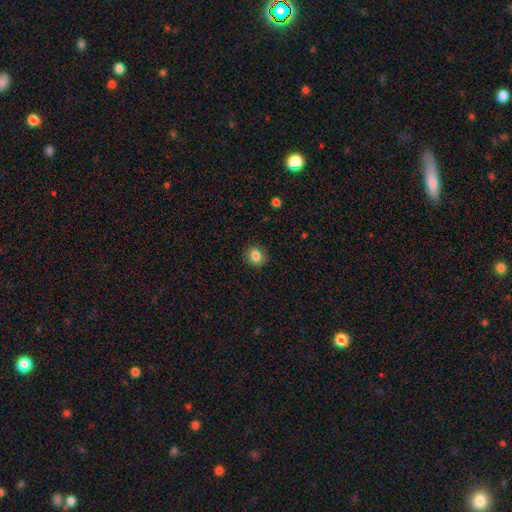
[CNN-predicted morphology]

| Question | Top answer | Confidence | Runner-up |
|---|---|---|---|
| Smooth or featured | smooth | 83% | star or artifact (10%) |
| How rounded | round | 81% | in between (18%) |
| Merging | none | 89% | minor disturbance (8%) |